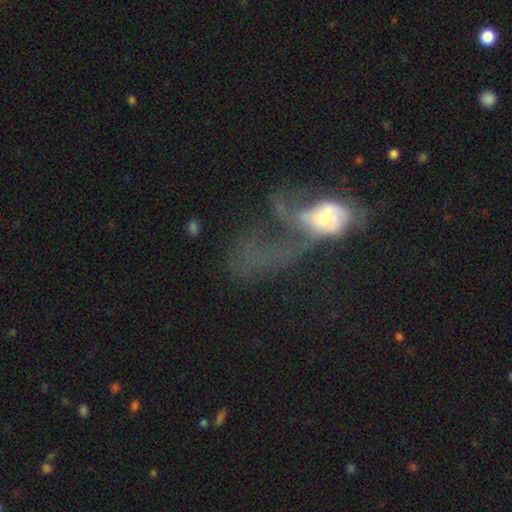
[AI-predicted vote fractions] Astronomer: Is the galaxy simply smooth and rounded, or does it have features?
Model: featured or disk — 51% (runner-up: smooth, 33%).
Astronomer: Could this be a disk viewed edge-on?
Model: no — 93%.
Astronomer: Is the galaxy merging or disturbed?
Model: major disturbance — 61%.